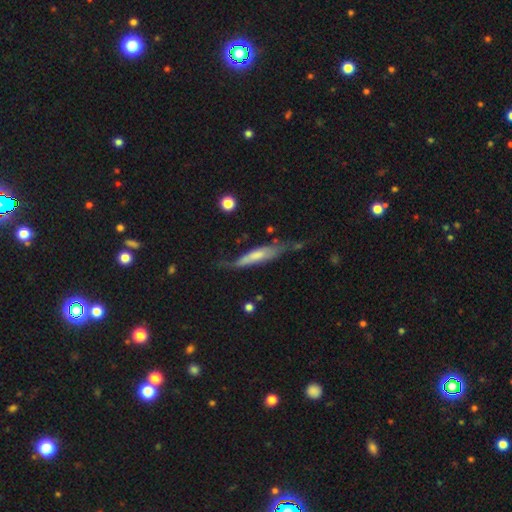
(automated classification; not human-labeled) Overall: featured or disk (48%; smooth 46%). Merging: none (45%; minor disturbance 31%).